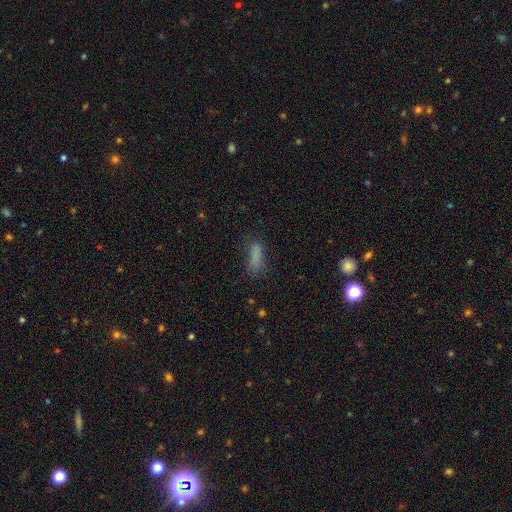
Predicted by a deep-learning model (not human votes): smooth-or-featured: smooth: 79% | star or artifact: 12% | featured or disk: 9%
  how-rounded: cigar-shaped: 50% | in between: 47% | round: 3%
  merging: none: 61% | minor disturbance: 24% | major disturbance: 12% | merger: 3%